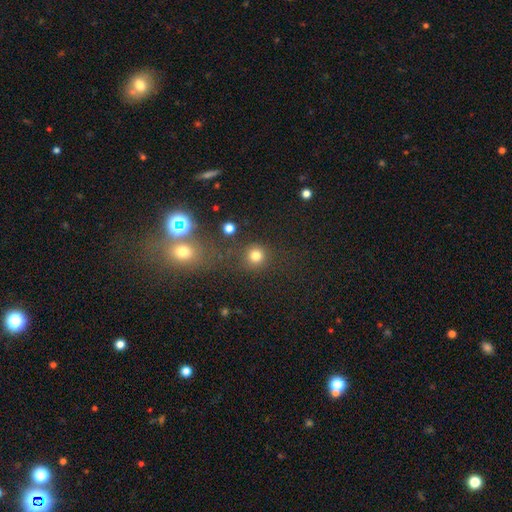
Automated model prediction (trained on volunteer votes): Q: Smooth or featured?
A: smooth (80%); runner-up: star or artifact (15%)
Q: How rounded?
A: round (92%); runner-up: in between (7%)
Q: Merging?
A: none (81%); runner-up: minor disturbance (8%)